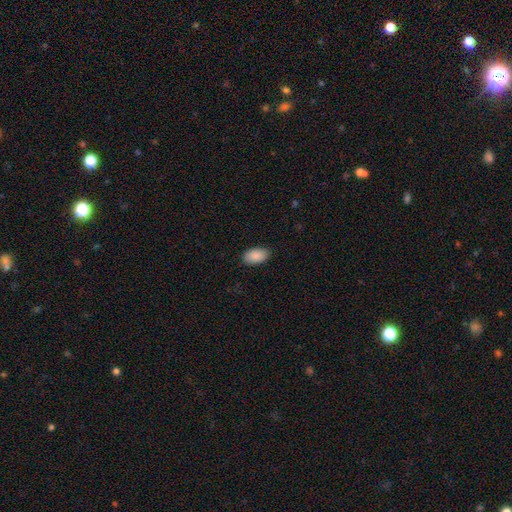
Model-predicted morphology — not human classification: A smooth galaxy with no disk features (90%) that is in between round and cigar-shaped (94%).

Vote fractions:
- Smooth or featured? smooth: 90% / star or artifact: 6% / featured or disk: 4%
- How rounded? in between: 94% / round: 4% / cigar-shaped: 1%
- Merging? none: 87% / minor disturbance: 10% / major disturbance: 2% / merger: 1%